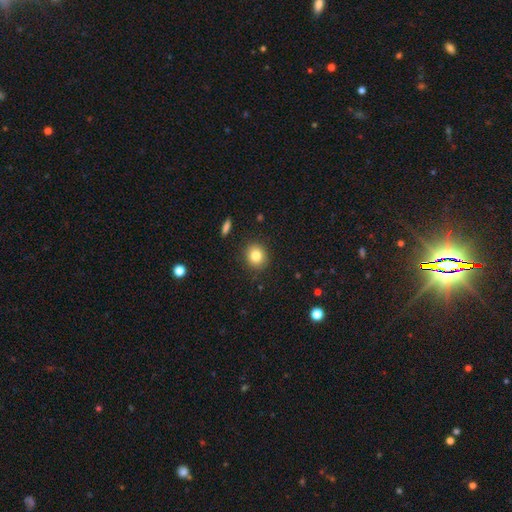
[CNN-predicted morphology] The model was most divided on "how rounded": round: 78%, in between: 21%, cigar-shaped: 1%. More confident: merging — none (89%); smooth or featured — smooth (81%).